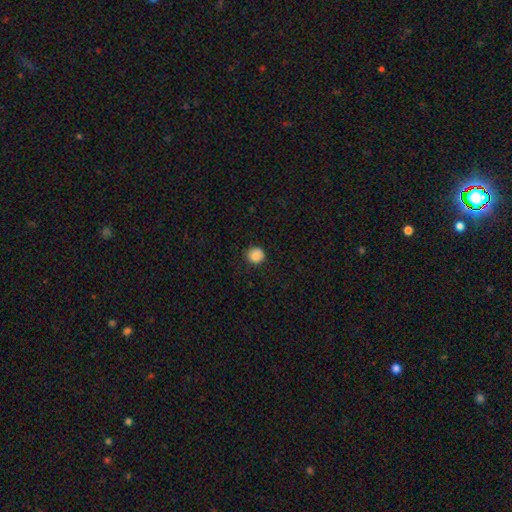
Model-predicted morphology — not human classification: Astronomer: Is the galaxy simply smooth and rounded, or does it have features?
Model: smooth — 85%.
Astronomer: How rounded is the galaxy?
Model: round — 91%.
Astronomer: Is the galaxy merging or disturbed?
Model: none — 81%.